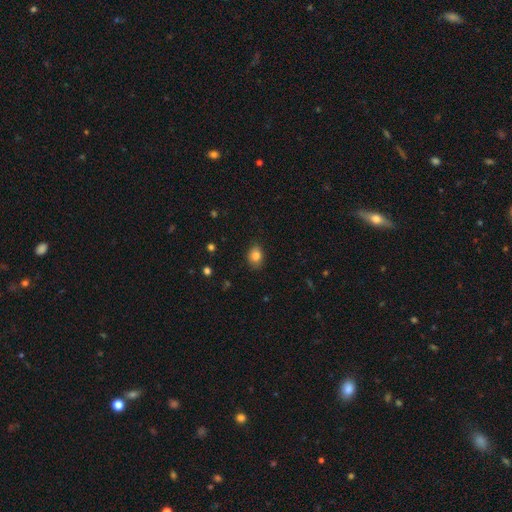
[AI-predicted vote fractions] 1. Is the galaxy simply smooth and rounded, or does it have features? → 82% smooth, 10% star or artifact, 8% featured or disk.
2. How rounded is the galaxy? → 61% in between, 38% round, 1% cigar-shaped.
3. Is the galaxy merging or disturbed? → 82% none, 15% minor disturbance, 3% major disturbance, 1% merger.